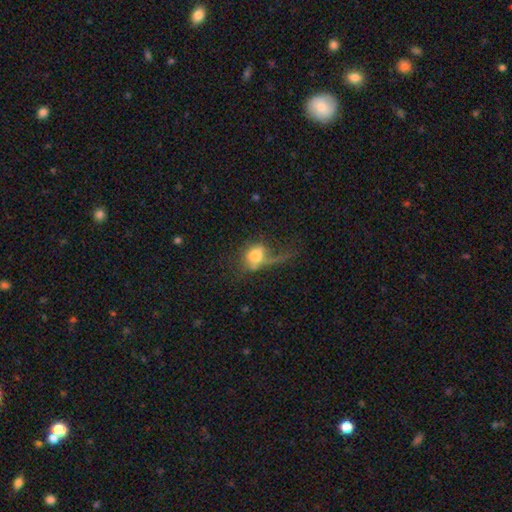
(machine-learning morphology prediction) Q: Smooth or featured?
A: smooth (62%); runner-up: featured or disk (28%)
Q: How rounded?
A: in between (57%); runner-up: round (40%)
Q: Merging?
A: major disturbance (52%); runner-up: none (22%)